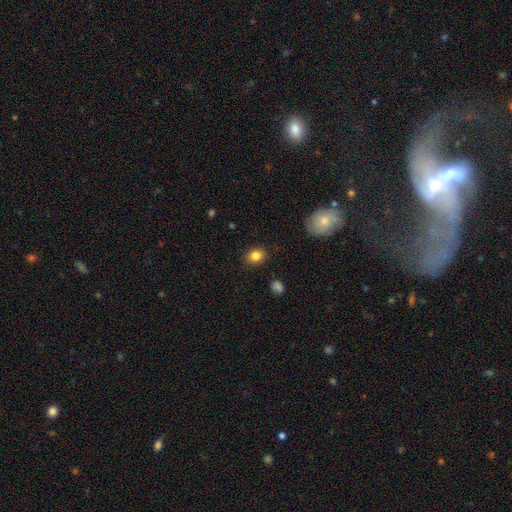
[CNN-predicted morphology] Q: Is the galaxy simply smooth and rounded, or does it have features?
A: smooth — 83%.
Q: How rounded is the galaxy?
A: in between — 50%.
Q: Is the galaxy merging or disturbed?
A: none — 86%.